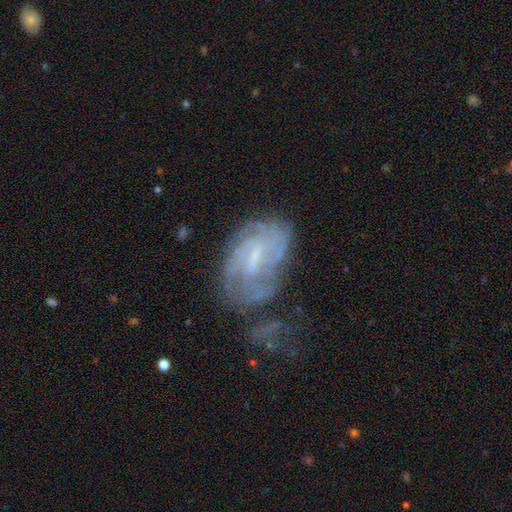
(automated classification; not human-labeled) smooth_or_featured: featured or disk (p=0.72) [alt: smooth p=0.19]
disk_edge_on: no (p=0.96) [alt: yes p=0.04]
bar: weak (p=0.56) [alt: no p=0.23]
has_spiral_arms: yes (p=0.79) [alt: no p=0.21]
spiral_winding: tight (p=0.53) [alt: medium p=0.34]
spiral_arm_count: can't tell (p=0.52) [alt: 2 p=0.19]
bulge_size: small (p=0.49) [alt: none p=0.26]
merging: none (p=0.44) [alt: minor disturbance p=0.25]